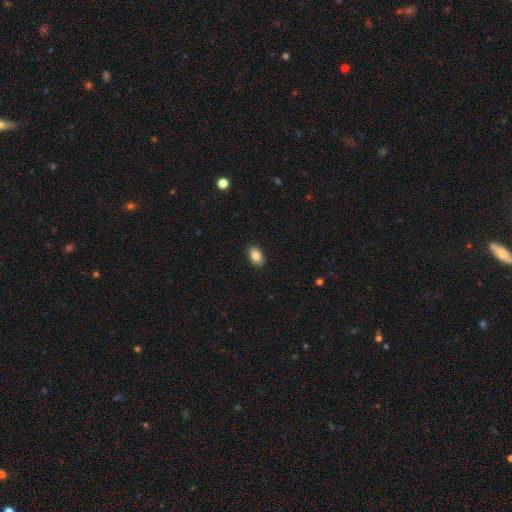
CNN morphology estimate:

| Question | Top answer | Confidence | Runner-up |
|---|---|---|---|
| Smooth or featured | smooth | 86% | star or artifact (8%) |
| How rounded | in between | 89% | round (10%) |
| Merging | none | 89% | minor disturbance (8%) |